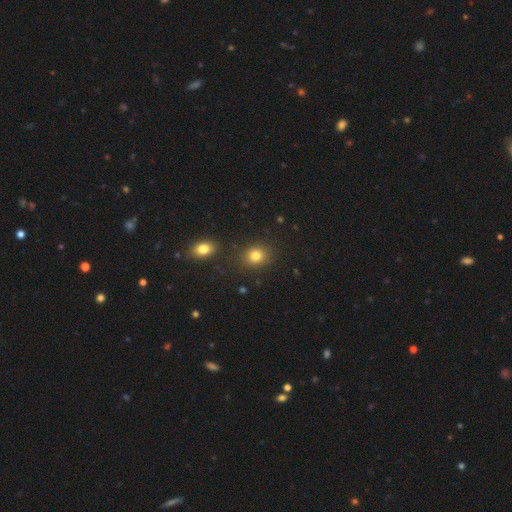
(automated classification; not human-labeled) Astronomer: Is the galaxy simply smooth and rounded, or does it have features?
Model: smooth — 82%.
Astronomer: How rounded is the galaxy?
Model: round — 65%.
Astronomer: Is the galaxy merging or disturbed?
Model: none — 84%.